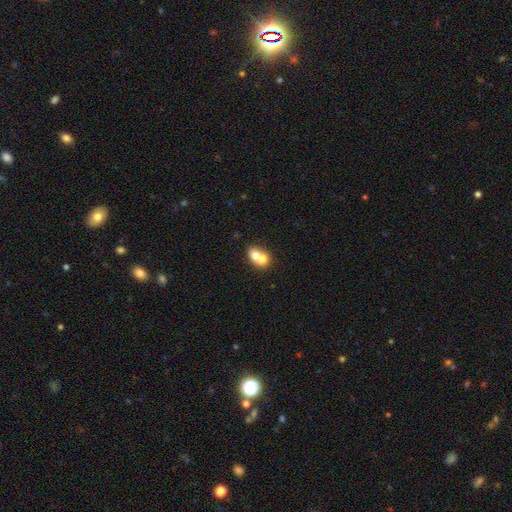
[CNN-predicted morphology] Smooth or featured? smooth (67%)
How rounded? round (50%)
Merging? merger (71%)